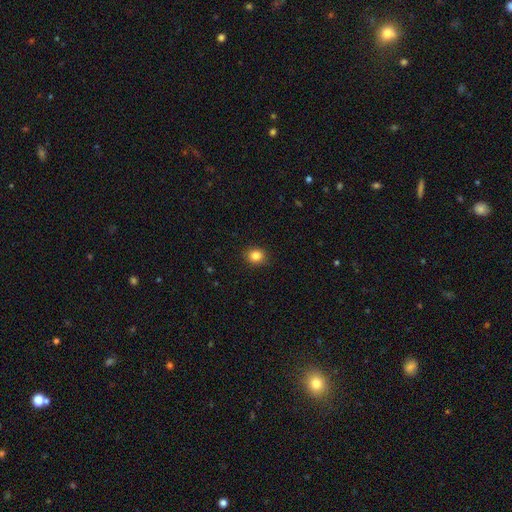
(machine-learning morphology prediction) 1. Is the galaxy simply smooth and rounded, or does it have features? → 86% smooth, 10% star or artifact, 4% featured or disk.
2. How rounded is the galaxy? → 75% round, 24% in between, 1% cigar-shaped.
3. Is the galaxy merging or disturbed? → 88% none, 8% minor disturbance, 2% major disturbance, 1% merger.